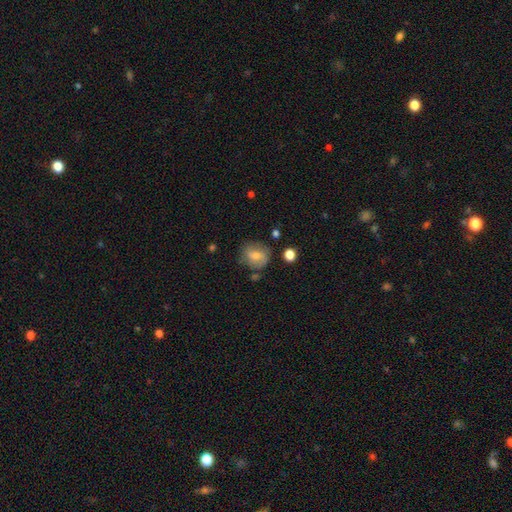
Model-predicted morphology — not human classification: smooth_or_featured: smooth (p=0.55) [alt: featured or disk p=0.34]
how_rounded: round (p=0.66) [alt: in between p=0.32]
merging: none (p=0.68) [alt: minor disturbance p=0.20]